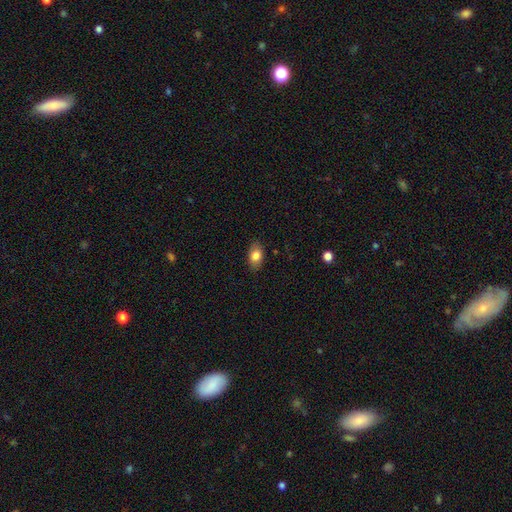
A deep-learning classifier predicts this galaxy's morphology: This appears to be a smooth galaxy with no disk features (82%) that is in between round and cigar-shaped (85%). Merging: none (85%).